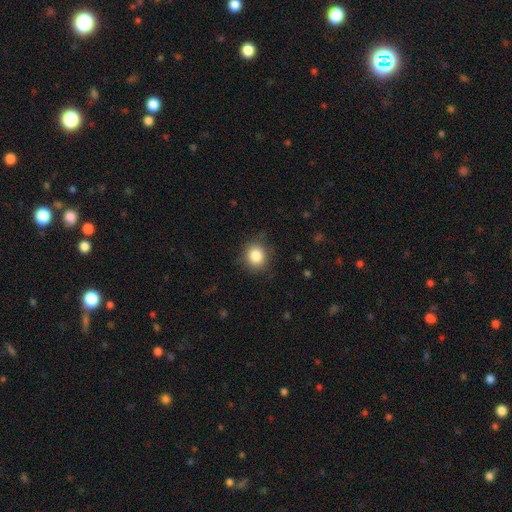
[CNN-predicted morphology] Smooth or featured: smooth — 84% (star or artifact — 10%)
How rounded: round — 79% (in between — 20%)
Merging: none — 84% (minor disturbance — 12%)